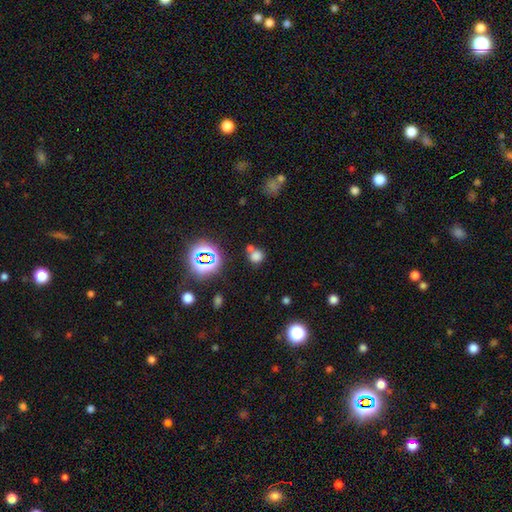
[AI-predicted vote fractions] Smooth or featured? Predicted: smooth (p=0.68). How rounded? Predicted: round (p=0.78). Merging? Predicted: none (p=0.52).